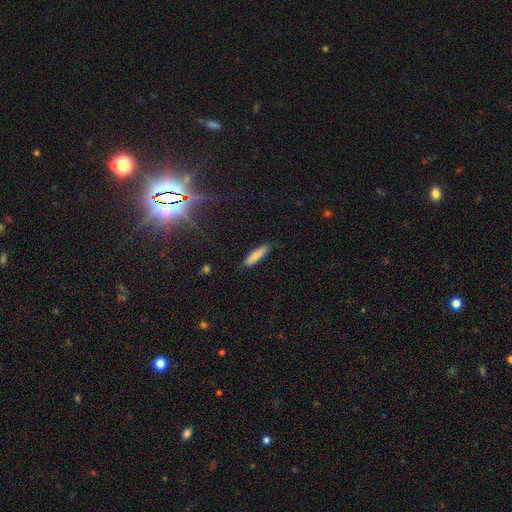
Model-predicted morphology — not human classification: A smooth galaxy with no disk features (84%) that is cigar-shaped (75%).

Vote fractions:
- Smooth or featured? smooth: 84% / featured or disk: 10% / star or artifact: 7%
- How rounded? cigar-shaped: 75% / in between: 24% / round: 1%
- Merging? none: 85% / minor disturbance: 12% / major disturbance: 2% / merger: 1%